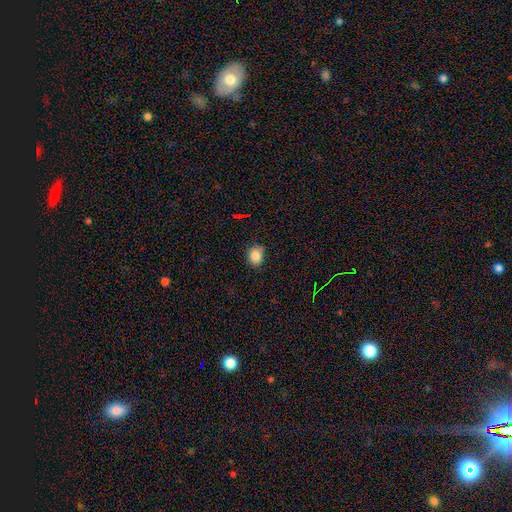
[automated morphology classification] Smooth or featured? Predicted: smooth (p=0.85). How rounded? Predicted: round (p=0.61). Merging? Predicted: none (p=0.77).